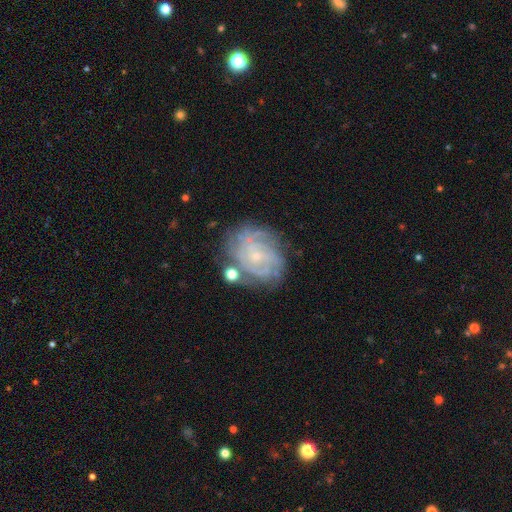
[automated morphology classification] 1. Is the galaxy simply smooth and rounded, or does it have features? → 84% featured or disk, 10% smooth, 7% star or artifact.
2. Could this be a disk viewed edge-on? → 98% no, 2% yes.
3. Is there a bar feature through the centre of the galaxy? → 76% no, 20% weak, 4% strong.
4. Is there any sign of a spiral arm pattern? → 94% yes, 6% no.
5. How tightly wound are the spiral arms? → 74% tight, 21% medium, 5% loose.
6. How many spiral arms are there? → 34% can't tell, 23% 4, 15% 3, 11% 2, 11% more than 4, 6% 1.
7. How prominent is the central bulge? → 84% small, 11% moderate, 3% none, 1% large, 1% dominant.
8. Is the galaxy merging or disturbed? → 70% none, 17% minor disturbance, 7% major disturbance, 5% merger.